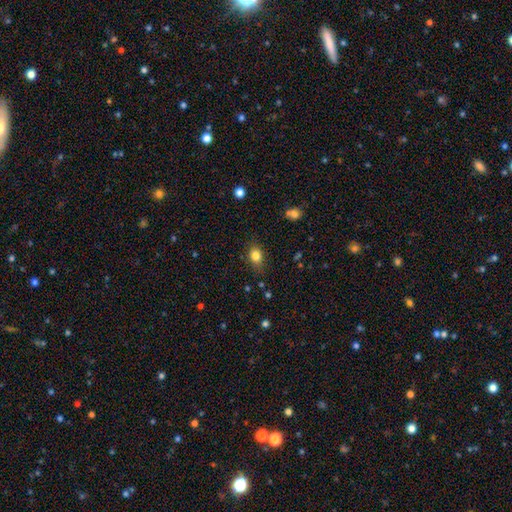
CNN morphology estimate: Smooth or featured: smooth — 83% (star or artifact — 11%)
How rounded: in between — 62% (round — 37%)
Merging: none — 79% (minor disturbance — 15%)